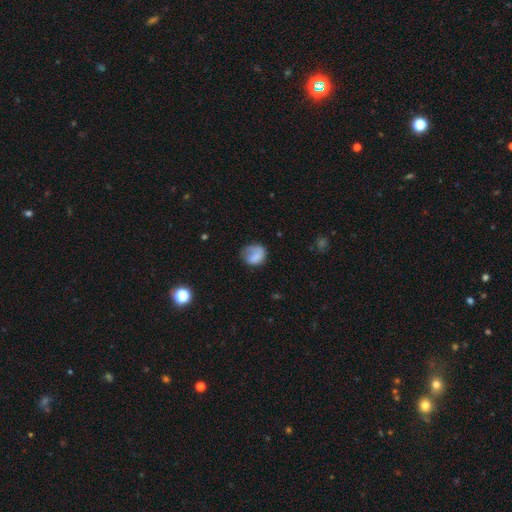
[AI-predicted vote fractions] smooth_or_featured: smooth (p=0.71) [alt: featured or disk p=0.20]
how_rounded: round (p=0.61) [alt: in between p=0.38]
merging: none (p=0.45) [alt: minor disturbance p=0.27]